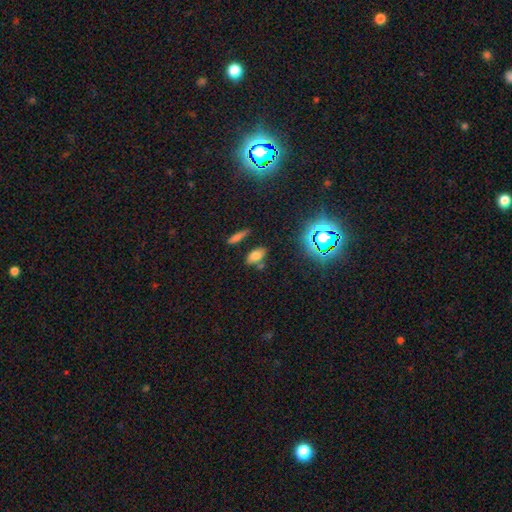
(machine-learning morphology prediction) The model was most divided on "smooth or featured": smooth: 71%, star or artifact: 19%, featured or disk: 11%. More confident: how rounded — in between (84%); merging — none (73%).